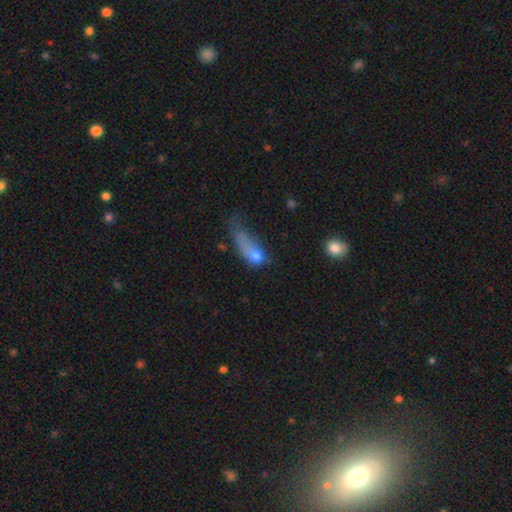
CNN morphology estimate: A smooth galaxy with no disk features (66%) that is in between round and cigar-shaped (66%).

Vote fractions:
- Smooth or featured? smooth: 66% / featured or disk: 22% / star or artifact: 12%
- How rounded? in between: 66% / cigar-shaped: 18% / round: 17%
- Merging? major disturbance: 55% / minor disturbance: 21% / none: 16% / merger: 8%